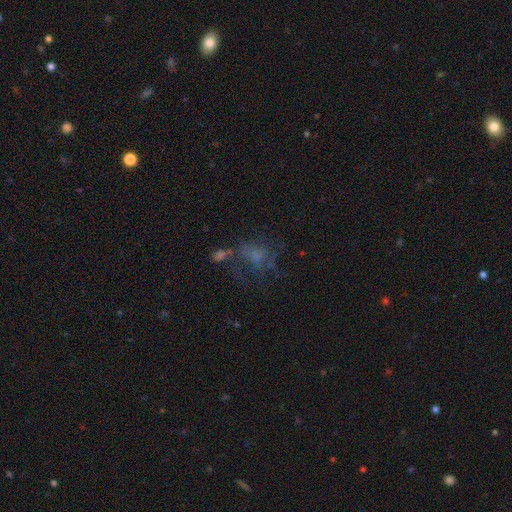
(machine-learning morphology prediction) This appears to be a smooth galaxy with no disk features (46%). Merging: major disturbance (36%).